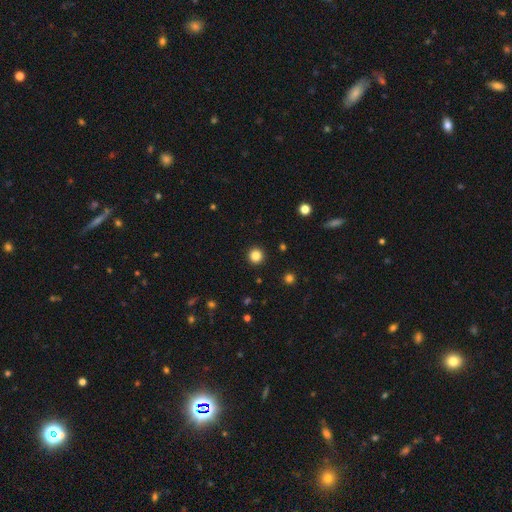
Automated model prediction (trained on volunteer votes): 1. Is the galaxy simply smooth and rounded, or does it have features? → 84% smooth, 12% star or artifact, 4% featured or disk.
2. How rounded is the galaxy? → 96% round, 3% in between, 1% cigar-shaped.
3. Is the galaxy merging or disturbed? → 94% none, 4% minor disturbance, 2% major disturbance, 1% merger.